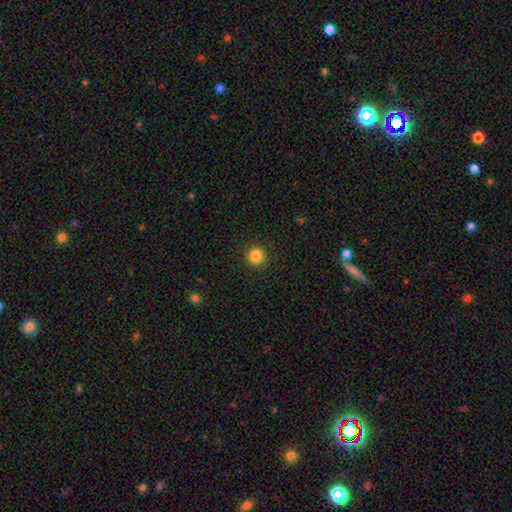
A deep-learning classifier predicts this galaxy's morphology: smooth 85%, star or artifact 11%, featured or disk 4%. Down the decision tree: how rounded — round (93%); merging — none (92%).